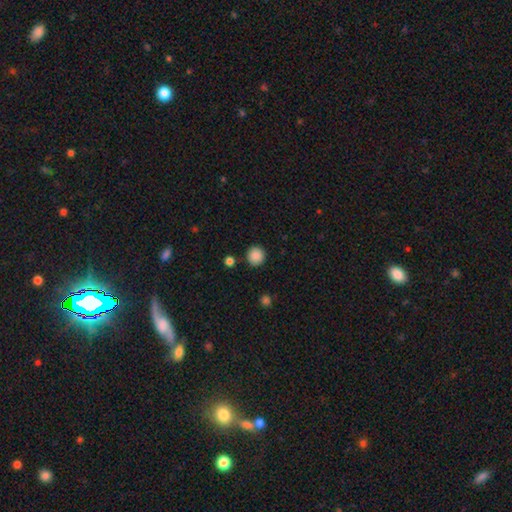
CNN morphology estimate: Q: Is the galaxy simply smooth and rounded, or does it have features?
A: smooth — 88%.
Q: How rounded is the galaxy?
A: round — 93%.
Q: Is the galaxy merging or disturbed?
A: none — 89%.